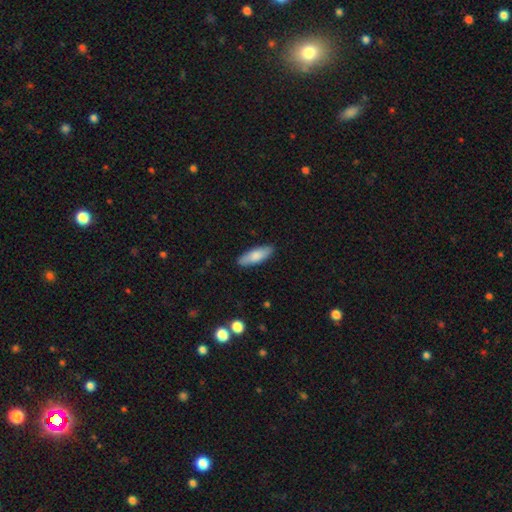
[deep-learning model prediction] A smooth galaxy with no disk features (79%) that is in between round and cigar-shaped (60%).

Vote fractions:
- Smooth or featured? smooth: 79% / featured or disk: 15% / star or artifact: 6%
- How rounded? in between: 60% / cigar-shaped: 39% / round: 2%
- Merging? none: 88% / minor disturbance: 10% / major disturbance: 2% / merger: 1%